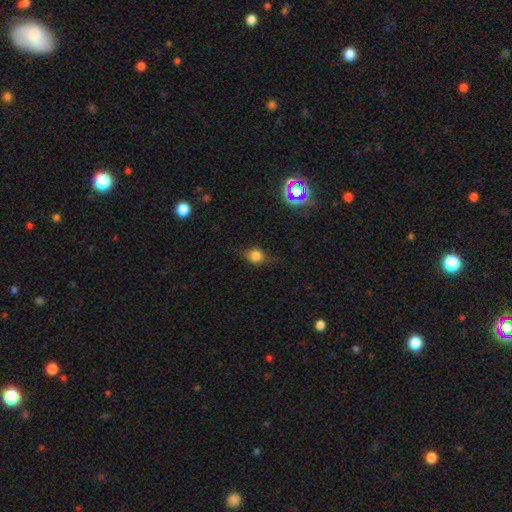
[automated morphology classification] Smooth or featured: smooth — 64% (featured or disk — 21%)
How rounded: round — 72% (in between — 25%)
Merging: none — 69% (minor disturbance — 20%)